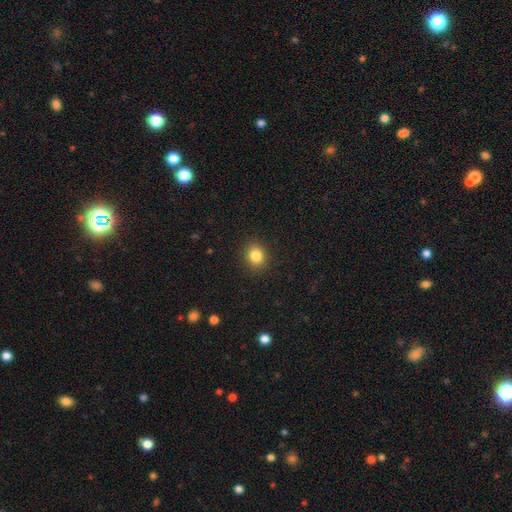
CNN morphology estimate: Smooth or featured: smooth — 84% (star or artifact — 11%)
How rounded: round — 77% (in between — 23%)
Merging: none — 91% (minor disturbance — 6%)